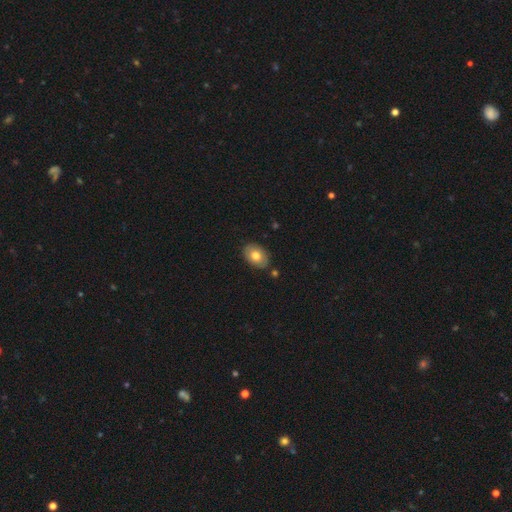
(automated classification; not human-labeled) smooth-or-featured: smooth: 76% | featured or disk: 16% | star or artifact: 7%
  how-rounded: in between: 81% | round: 18% | cigar-shaped: 1%
  merging: none: 84% | minor disturbance: 11% | merger: 3% | major disturbance: 2%